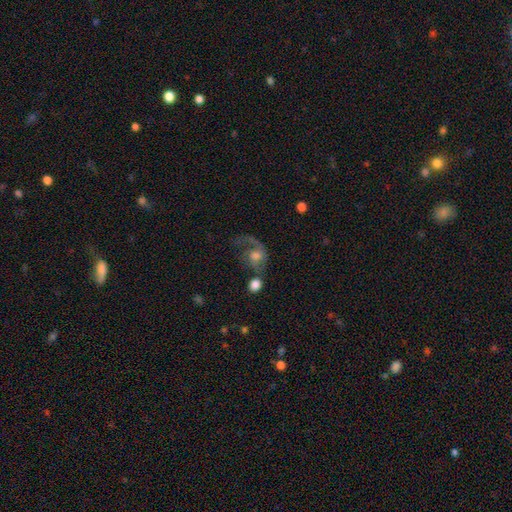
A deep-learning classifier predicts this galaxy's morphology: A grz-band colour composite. It shows a featured or disk galaxy (62%) with no bar (70%), 1 (61%) loose (50%) spiral arms (84%) and a moderate central bulge (53%). Merging: major disturbance (36%).